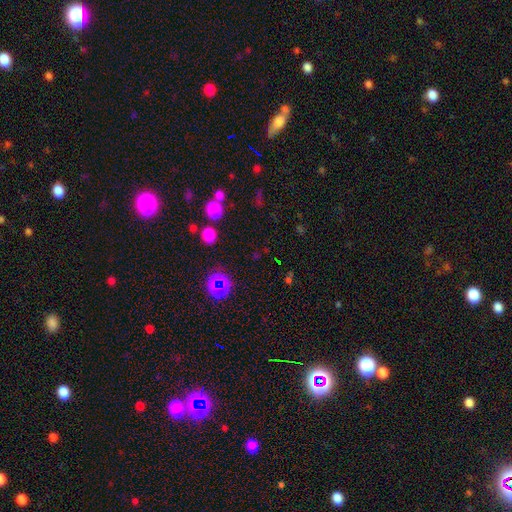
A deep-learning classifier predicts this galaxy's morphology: smooth-or-featured: star or artifact: 51% | smooth: 41% | featured or disk: 8%